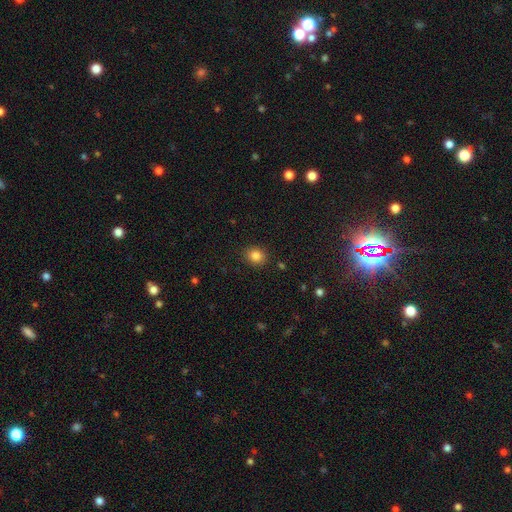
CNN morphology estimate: smooth-or-featured: smooth: 84% | star or artifact: 11% | featured or disk: 5%
  how-rounded: round: 67% | in between: 33% | cigar-shaped: 1%
  merging: none: 89% | minor disturbance: 8% | major disturbance: 2% | merger: 1%